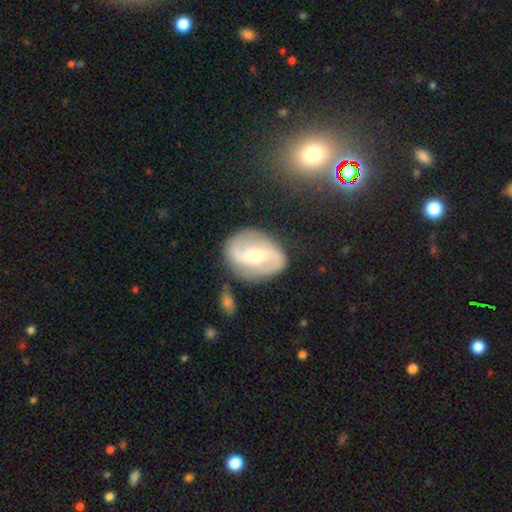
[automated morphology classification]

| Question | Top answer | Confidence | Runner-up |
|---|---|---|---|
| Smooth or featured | featured or disk | 79% | smooth (15%) |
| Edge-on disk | no | 97% | yes (3%) |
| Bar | weak | 40% | strong (30%) |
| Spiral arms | yes | 89% | no (11%) |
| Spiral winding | medium | 41% | loose (39%) |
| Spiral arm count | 2 | 89% | can't tell (6%) |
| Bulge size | moderate | 54% | small (42%) |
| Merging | none | 80% | minor disturbance (13%) |